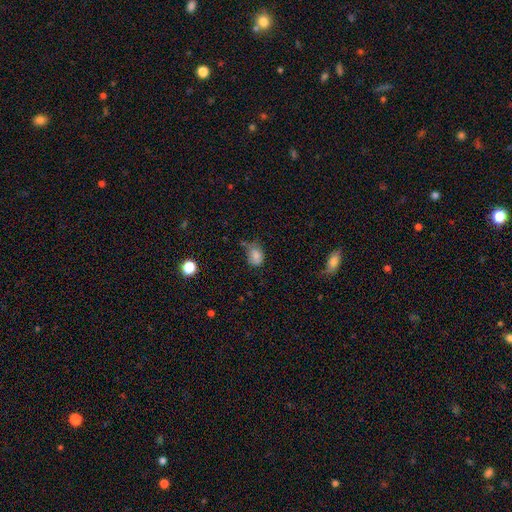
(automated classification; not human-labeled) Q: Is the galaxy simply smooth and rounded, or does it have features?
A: smooth — 79%.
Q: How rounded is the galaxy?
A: in between — 59%.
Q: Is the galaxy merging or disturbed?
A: none — 44%.